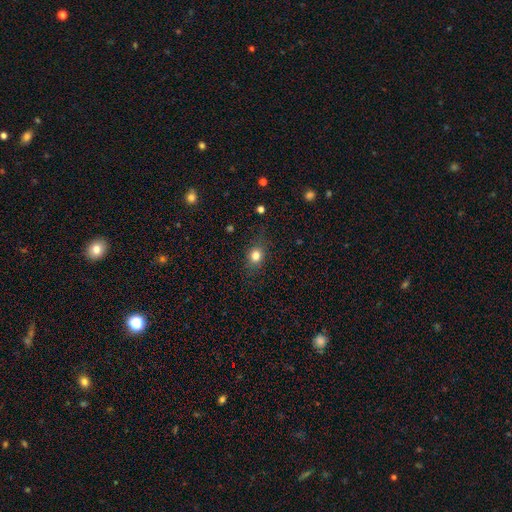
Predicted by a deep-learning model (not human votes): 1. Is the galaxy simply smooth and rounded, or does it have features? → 79% smooth, 12% star or artifact, 9% featured or disk.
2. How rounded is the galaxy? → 61% round, 37% in between, 2% cigar-shaped.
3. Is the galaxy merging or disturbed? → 81% none, 14% minor disturbance, 5% major disturbance, 1% merger.